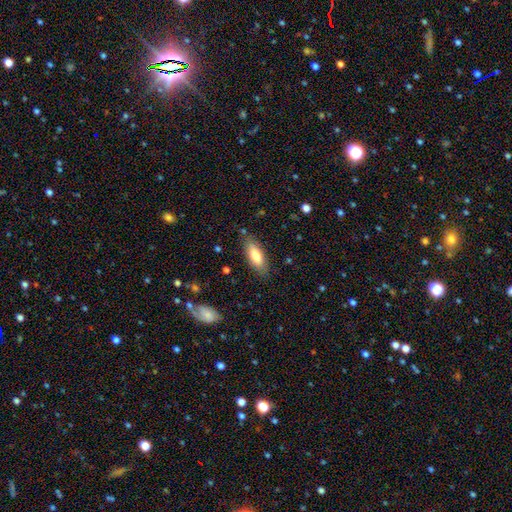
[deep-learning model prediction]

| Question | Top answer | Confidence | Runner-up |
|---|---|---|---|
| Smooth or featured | smooth | 77% | featured or disk (16%) |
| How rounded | in between | 71% | cigar-shaped (27%) |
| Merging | none | 82% | minor disturbance (13%) |